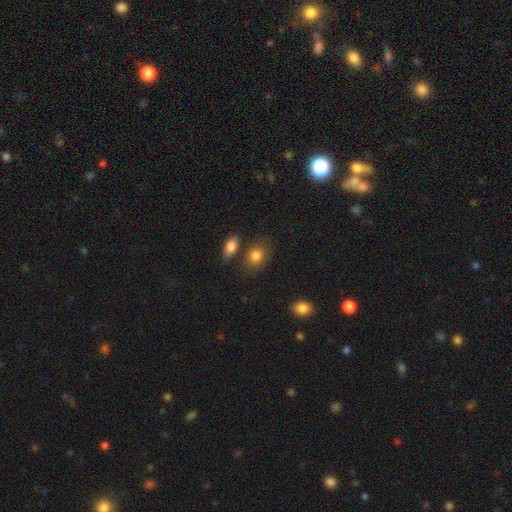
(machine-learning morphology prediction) type=smooth (83%); roundness=in between (59%); merging=none (69%).